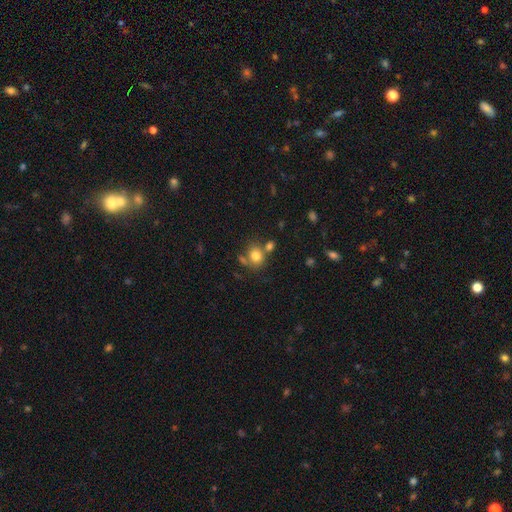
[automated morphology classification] type=smooth (79%); roundness=round (65%); merging=none (59%).